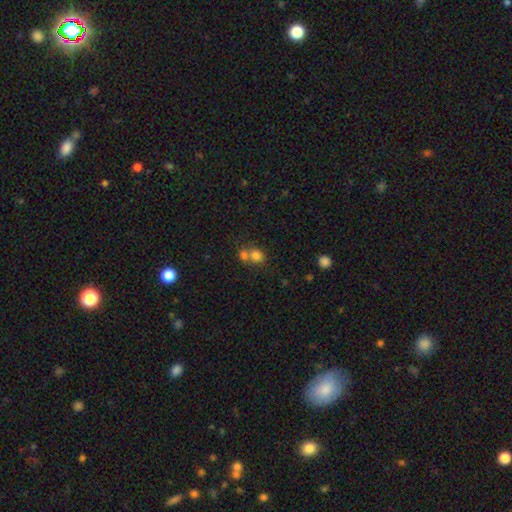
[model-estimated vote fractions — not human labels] smooth 77%, star or artifact 12%, featured or disk 11%. Down the decision tree: how rounded — round (73%); merging — merger (54%).